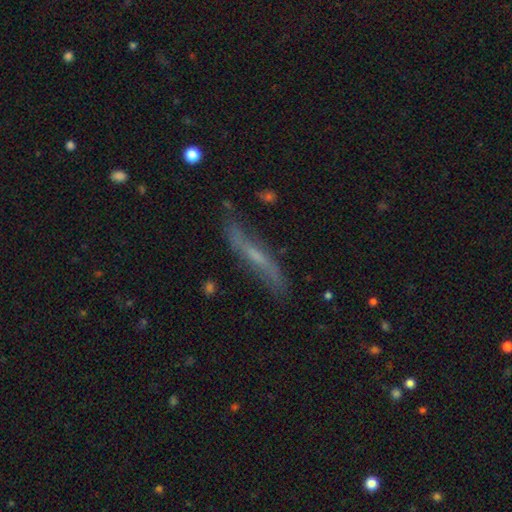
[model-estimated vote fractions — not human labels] Smooth or featured: featured or disk — 62% (smooth — 29%)
Edge-on disk: yes — 62% (no — 38%)
Merging: none — 71% (minor disturbance — 20%)